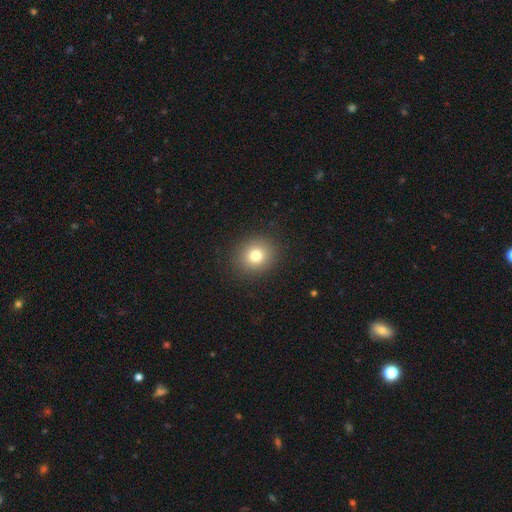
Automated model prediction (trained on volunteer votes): Smooth or featured: smooth — 78% (star or artifact — 12%)
How rounded: round — 80% (in between — 19%)
Merging: none — 90% (minor disturbance — 6%)